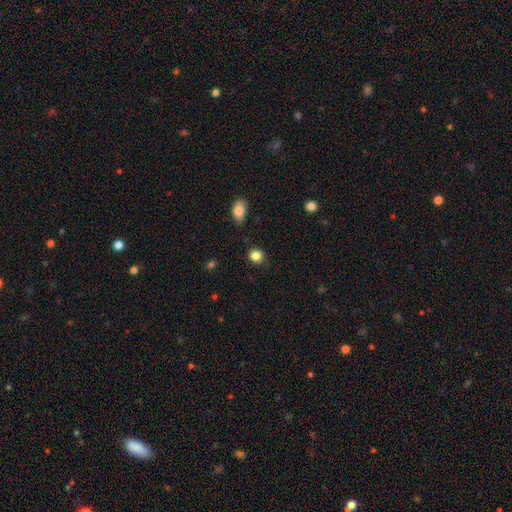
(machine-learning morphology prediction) Smooth or featured? smooth (85%)
How rounded? round (79%)
Merging? none (87%)